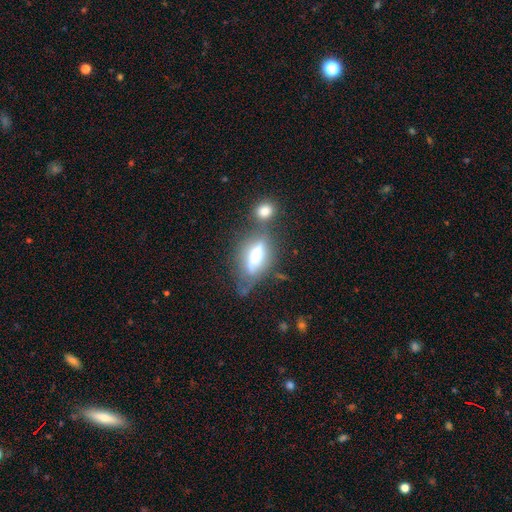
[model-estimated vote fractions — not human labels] smooth-or-featured: featured or disk: 52% | smooth: 40% | star or artifact: 8%
  disk-edge-on: yes: 58% | no: 42%
  merging: none: 49% | merger: 20% | minor disturbance: 20% | major disturbance: 12%